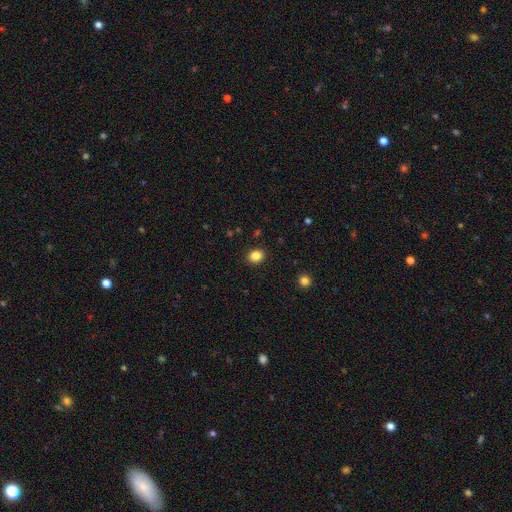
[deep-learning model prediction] Smooth or featured? smooth (85%)
How rounded? round (64%)
Merging? none (91%)